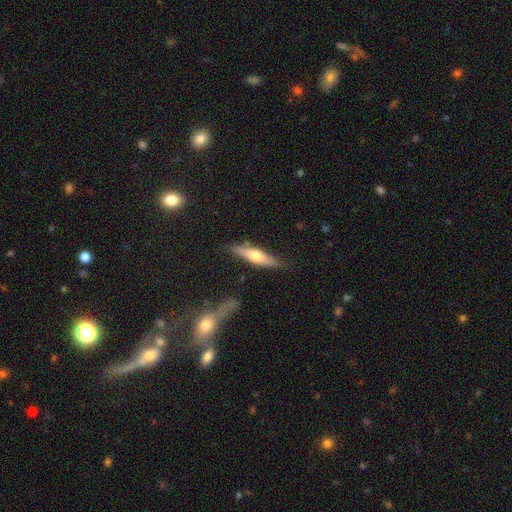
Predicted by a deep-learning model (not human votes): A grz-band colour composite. It shows a featured or disk galaxy (50%). Merging: none (79%).